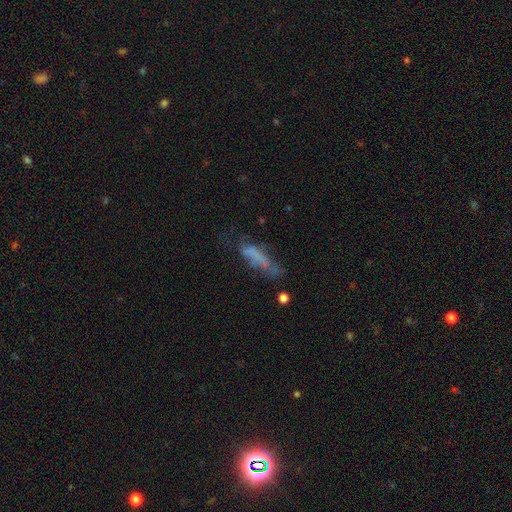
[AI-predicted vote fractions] Smooth or featured?
  - smooth: 54% *
  - featured or disk: 33%
  - star or artifact: 14%
How rounded?
  - cigar-shaped: 62% *
  - in between: 36%
  - round: 2%
Merging?
  - none: 35% *
  - major disturbance: 30%
  - minor disturbance: 28%
  - merger: 7%